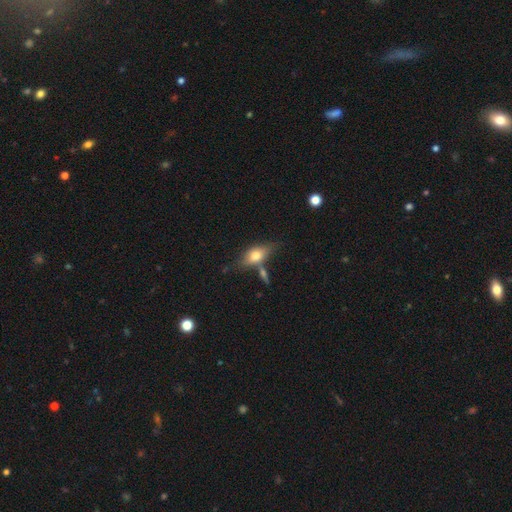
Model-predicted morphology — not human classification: The model was most divided on "smooth or featured": smooth: 65%, featured or disk: 27%, star or artifact: 7%. More confident: how rounded — in between (77%); merging — none (58%).